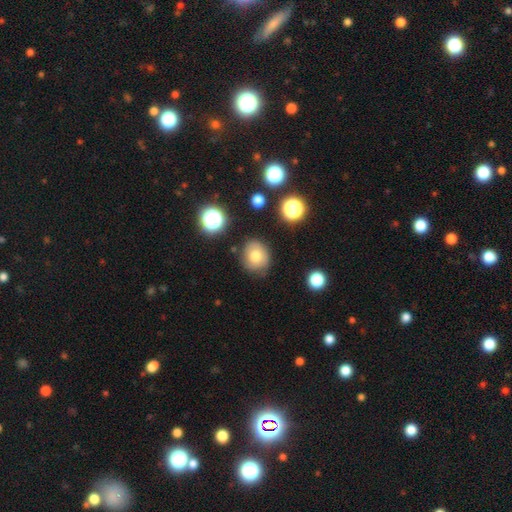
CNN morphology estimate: This is likely a smooth galaxy (71%). How rounded: likely round (75%). Merging: likely none (78%).